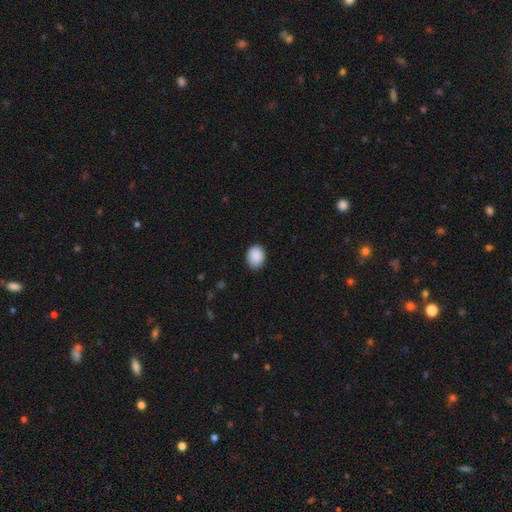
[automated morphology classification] A smooth galaxy with no disk features (90%) that is in between round and cigar-shaped (54%).

Vote fractions:
- Smooth or featured? smooth: 90% / star or artifact: 7% / featured or disk: 3%
- How rounded? in between: 54% / round: 45% / cigar-shaped: 1%
- Merging? none: 86% / minor disturbance: 10% / major disturbance: 2% / merger: 1%